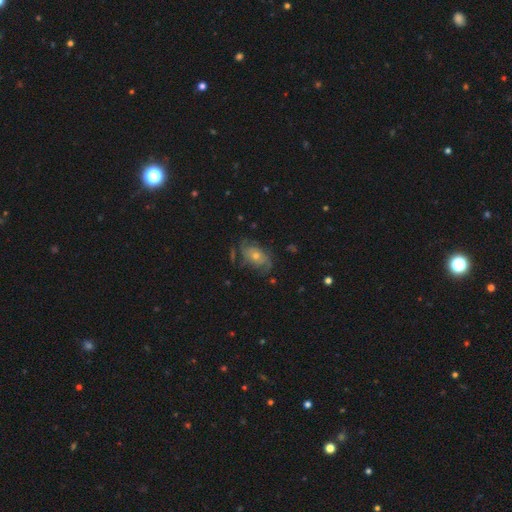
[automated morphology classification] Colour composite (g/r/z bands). It shows a featured or disk galaxy (67%) with no bar (79%), 2 (44%) medium (38%) spiral arms (84%) and a small central bulge (48%). Merging: none (59%).